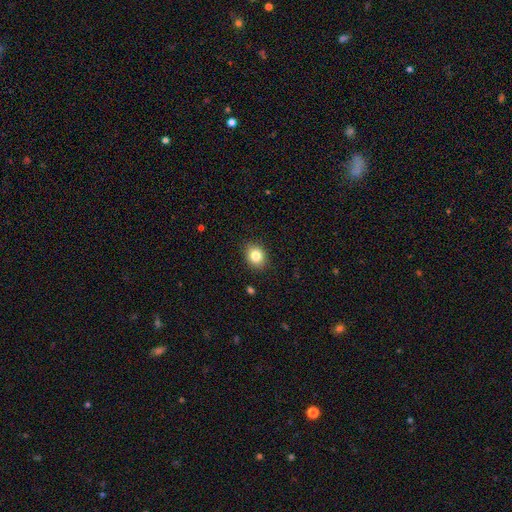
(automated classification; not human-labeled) A smooth galaxy with no disk features (83%) that is round (56%).

Vote fractions:
- Smooth or featured? smooth: 83% / star or artifact: 10% / featured or disk: 7%
- How rounded? round: 56% / in between: 43% / cigar-shaped: 1%
- Merging? none: 88% / minor disturbance: 9% / major disturbance: 2% / merger: 1%